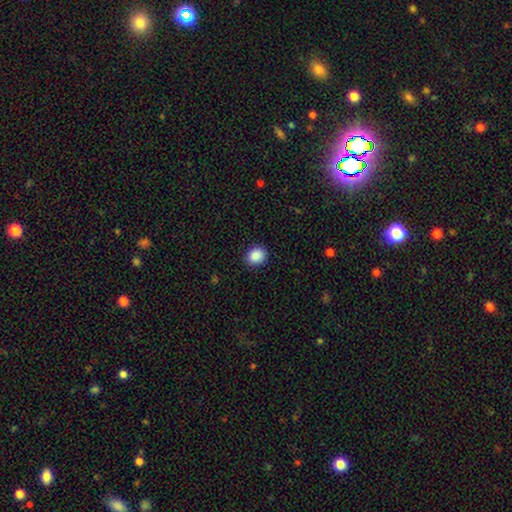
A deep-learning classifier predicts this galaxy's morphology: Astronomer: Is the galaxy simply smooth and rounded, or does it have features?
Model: smooth — 88%.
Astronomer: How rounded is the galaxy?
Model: round — 70%.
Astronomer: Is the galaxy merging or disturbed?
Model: none — 89%.